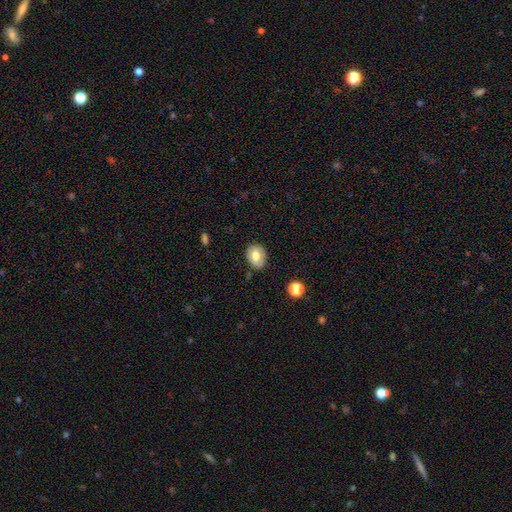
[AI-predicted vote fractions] Smooth or featured? Predicted: smooth (p=0.72). How rounded? Predicted: in between (p=0.64). Merging? Predicted: none (p=0.81).